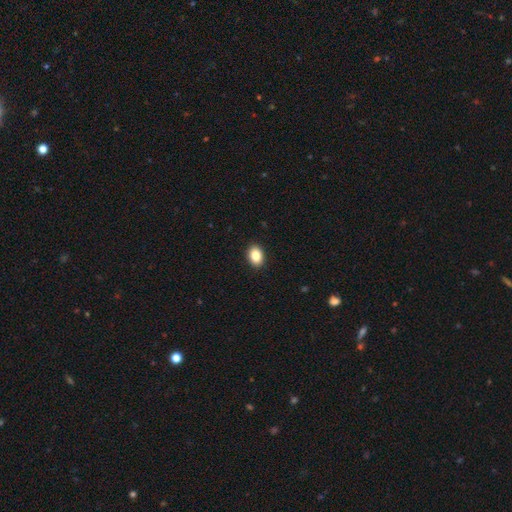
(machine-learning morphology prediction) Smooth or featured?
  - smooth: 88% *
  - star or artifact: 8%
  - featured or disk: 4%
How rounded?
  - in between: 79% *
  - round: 20%
  - cigar-shaped: 1%
Merging?
  - none: 91% *
  - minor disturbance: 6%
  - major disturbance: 2%
  - merger: 1%